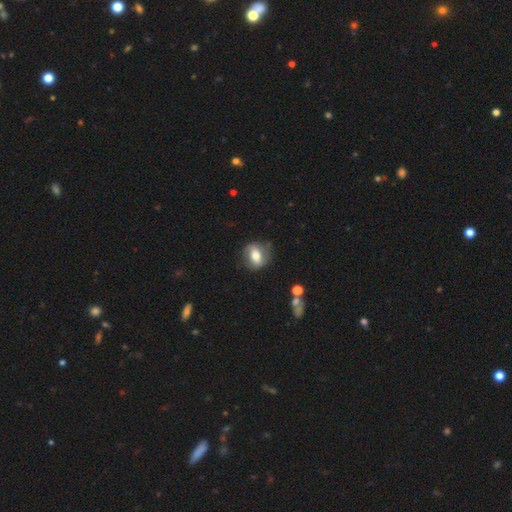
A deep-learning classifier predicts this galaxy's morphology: Smooth or featured: smooth — 61% (featured or disk — 32%)
How rounded: in between — 55% (round — 43%)
Merging: none — 75% (minor disturbance — 17%)